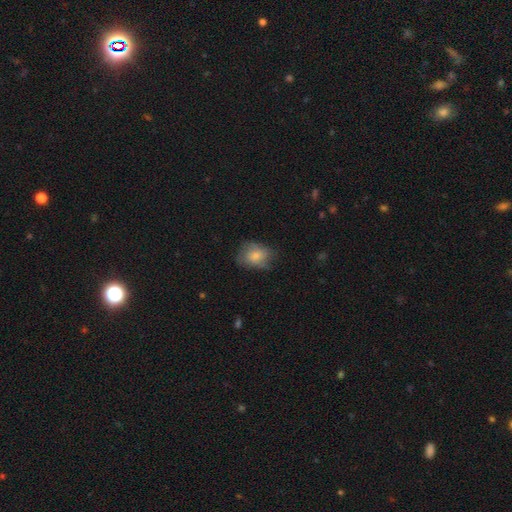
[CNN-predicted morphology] Overall: smooth (75%). How rounded: in between (67%; round 31%). Merging: none (60%; minor disturbance 29%).